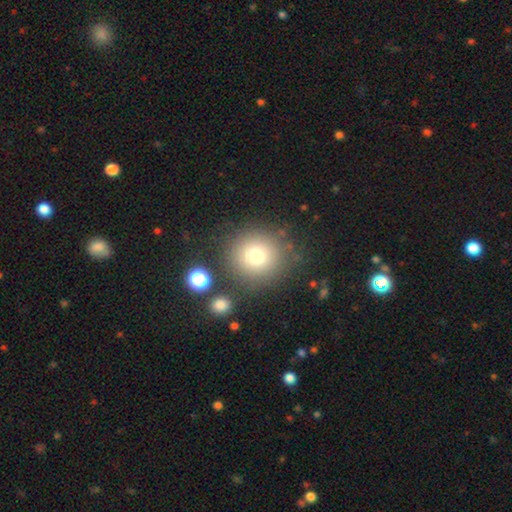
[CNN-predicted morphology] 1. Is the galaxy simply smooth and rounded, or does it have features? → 76% smooth, 14% star or artifact, 10% featured or disk.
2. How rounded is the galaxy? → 93% round, 6% in between, 1% cigar-shaped.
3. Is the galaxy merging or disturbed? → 81% none, 9% minor disturbance, 5% merger, 5% major disturbance.